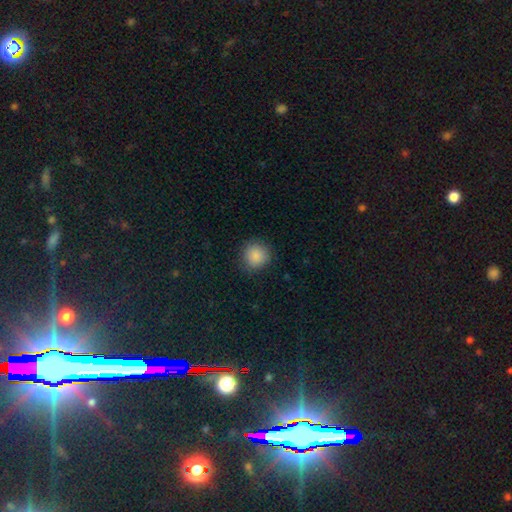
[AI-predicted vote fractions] Overall: smooth (87%). How rounded: round (91%). Merging: none (87%).